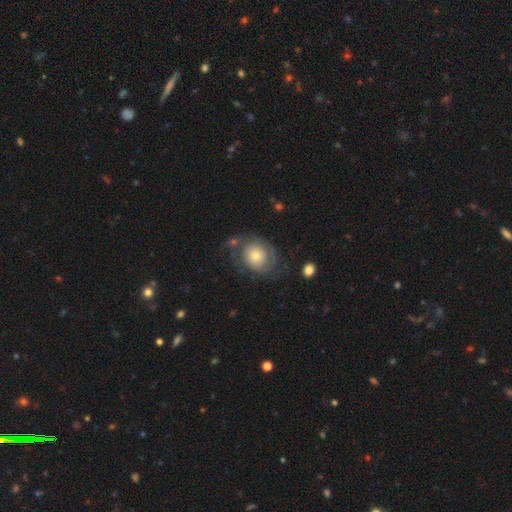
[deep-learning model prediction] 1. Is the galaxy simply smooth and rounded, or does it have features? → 52% featured or disk, 41% smooth, 8% star or artifact.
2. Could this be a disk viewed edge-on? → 96% no, 4% yes.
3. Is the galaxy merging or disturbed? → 57% none, 21% minor disturbance, 18% major disturbance, 4% merger.